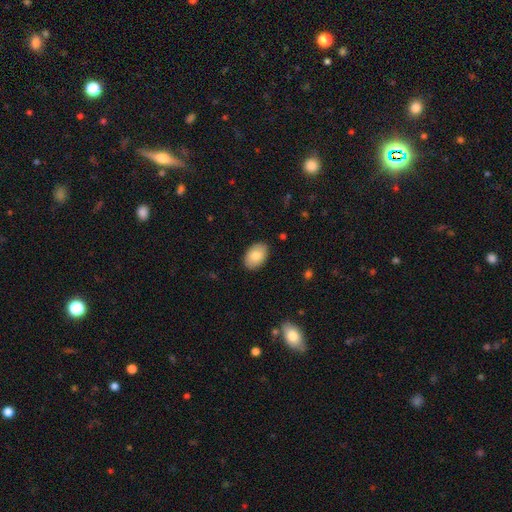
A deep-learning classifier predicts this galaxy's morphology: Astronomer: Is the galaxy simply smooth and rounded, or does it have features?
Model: smooth — 82%.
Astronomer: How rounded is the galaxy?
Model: in between — 90%.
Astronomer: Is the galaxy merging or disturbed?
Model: none — 88%.